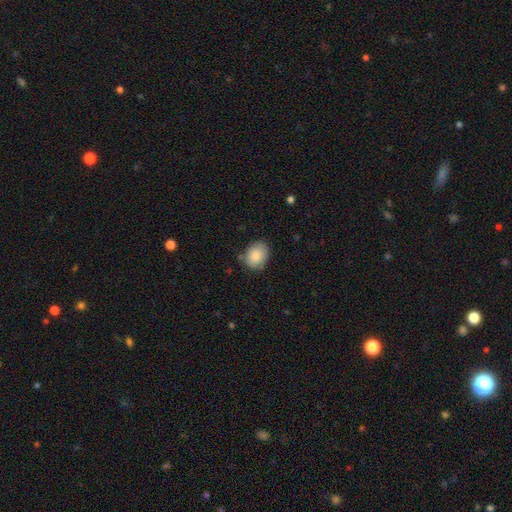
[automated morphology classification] A smooth galaxy with no disk features (85%) that is in between round and cigar-shaped (56%).

Vote fractions:
- Smooth or featured? smooth: 85% / featured or disk: 7% / star or artifact: 7%
- How rounded? in between: 56% / round: 43% / cigar-shaped: 1%
- Merging? none: 77% / minor disturbance: 17% / major disturbance: 3% / merger: 3%